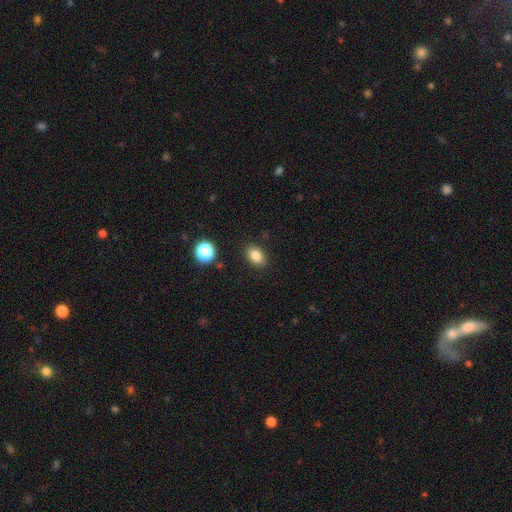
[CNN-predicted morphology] Smooth or featured: smooth — 83% (star or artifact — 11%)
How rounded: in between — 71% (round — 28%)
Merging: none — 87% (minor disturbance — 9%)